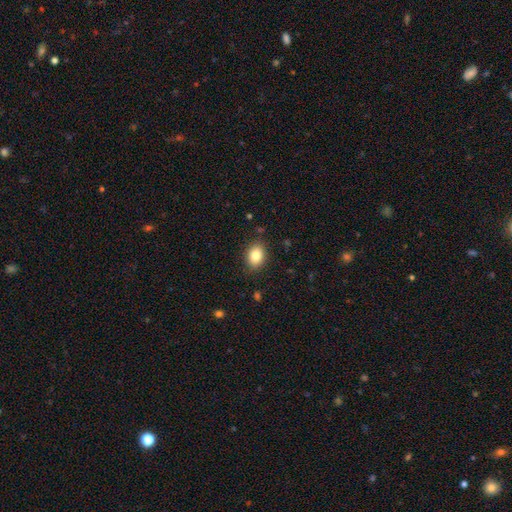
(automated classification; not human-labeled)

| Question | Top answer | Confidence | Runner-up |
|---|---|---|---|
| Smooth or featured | smooth | 84% | star or artifact (9%) |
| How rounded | in between | 72% | round (27%) |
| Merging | none | 86% | minor disturbance (10%) |